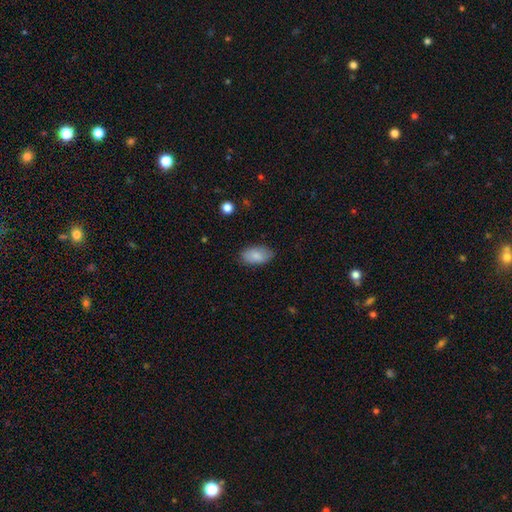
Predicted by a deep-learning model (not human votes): smooth 85%, featured or disk 8%, star or artifact 7%. Down the decision tree: how rounded — in between (94%); merging — none (82%).